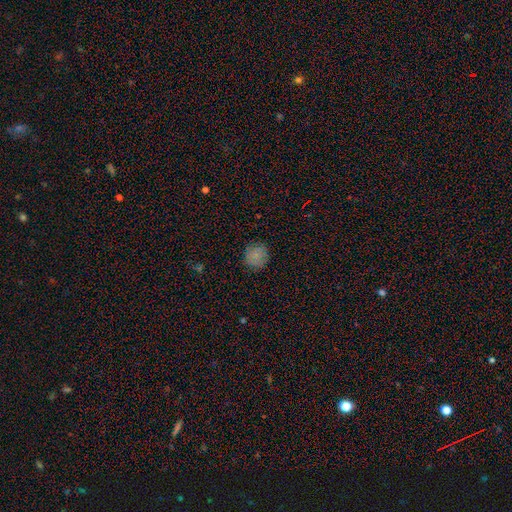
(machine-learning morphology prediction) A smooth galaxy with no disk features (81%) that is round (89%). Merging: none (86%).